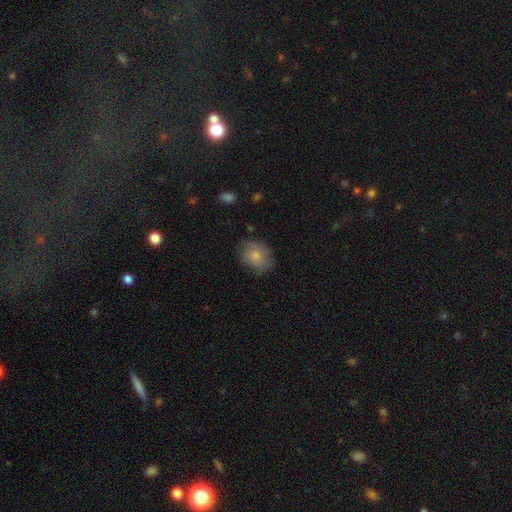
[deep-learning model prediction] smooth-or-featured: smooth: 78% | featured or disk: 14% | star or artifact: 7%
  how-rounded: round: 53% | in between: 46% | cigar-shaped: 1%
  merging: none: 72% | minor disturbance: 21% | major disturbance: 6% | merger: 1%